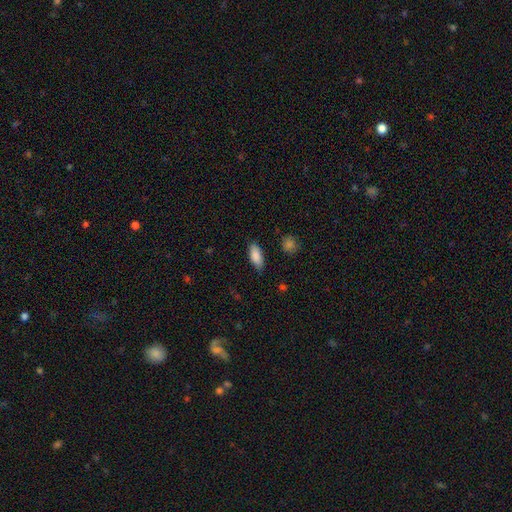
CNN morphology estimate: This is clearly a smooth galaxy (88%). How rounded: clearly in between (81%). Merging: clearly none (84%).